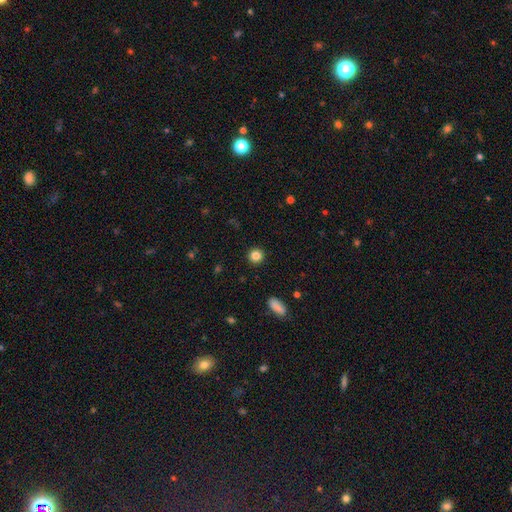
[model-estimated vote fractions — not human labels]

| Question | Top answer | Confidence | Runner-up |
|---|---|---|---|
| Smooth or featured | smooth | 84% | star or artifact (11%) |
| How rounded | round | 94% | in between (5%) |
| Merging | none | 93% | minor disturbance (5%) |